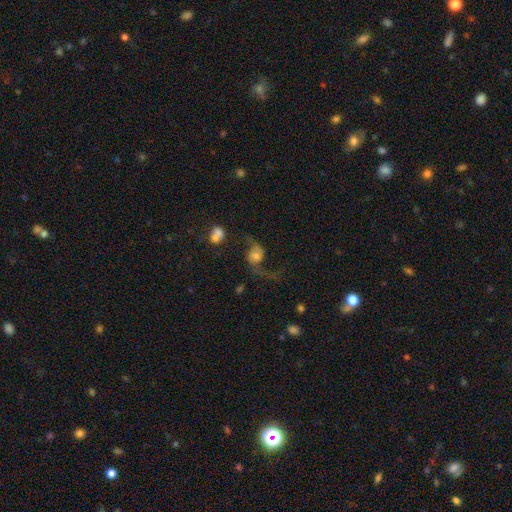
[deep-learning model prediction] The model was most divided on "bulge size": moderate: 45%, small: 27%, large: 16%, none: 7%, dominant: 5%. Remaining: edge-on disk — no (96%); spiral arms — yes (89%); spiral winding — loose (86%); spiral arm count — 2 (85%); smooth or featured — featured or disk (70%); bar — no (63%); merging — none (46%).